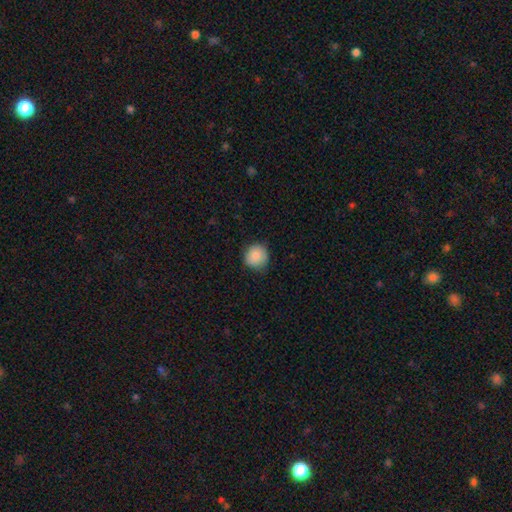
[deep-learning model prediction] Q: Smooth or featured?
A: smooth (87%); runner-up: star or artifact (8%)
Q: How rounded?
A: round (90%); runner-up: in between (9%)
Q: Merging?
A: none (79%); runner-up: minor disturbance (17%)